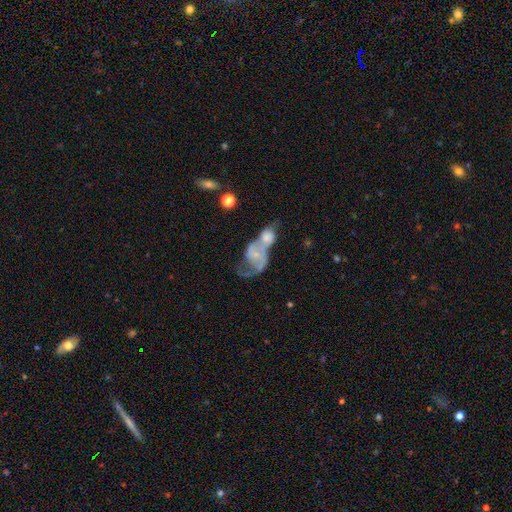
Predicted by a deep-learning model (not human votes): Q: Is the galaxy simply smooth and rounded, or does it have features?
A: featured or disk — 66%.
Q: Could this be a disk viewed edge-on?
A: no — 97%.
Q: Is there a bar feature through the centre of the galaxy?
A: no — 73%.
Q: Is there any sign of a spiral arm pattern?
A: yes — 68%.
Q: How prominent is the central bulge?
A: small — 50%.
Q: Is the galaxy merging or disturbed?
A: merger — 69%.